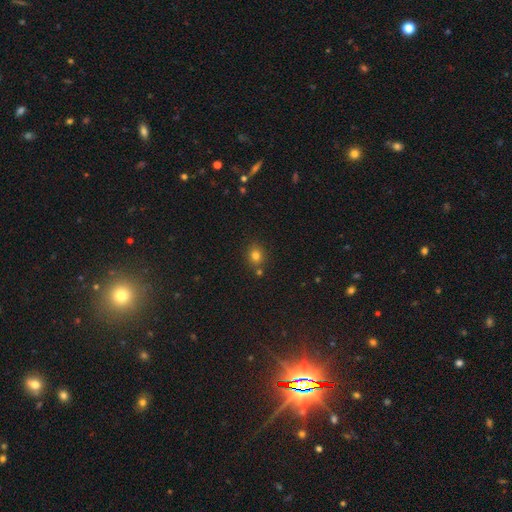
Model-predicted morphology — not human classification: This is likely a smooth galaxy (78%). How rounded: likely round (77%). Merging: likely none (77%).